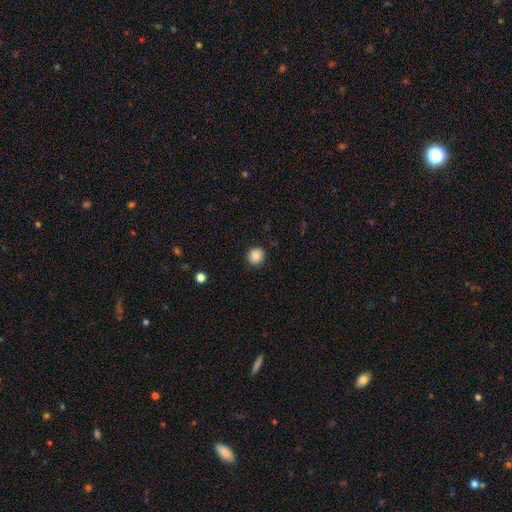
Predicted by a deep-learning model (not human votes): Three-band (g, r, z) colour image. It shows a smooth galaxy with no disk features (85%) that is round (90%). Merging: none (90%).